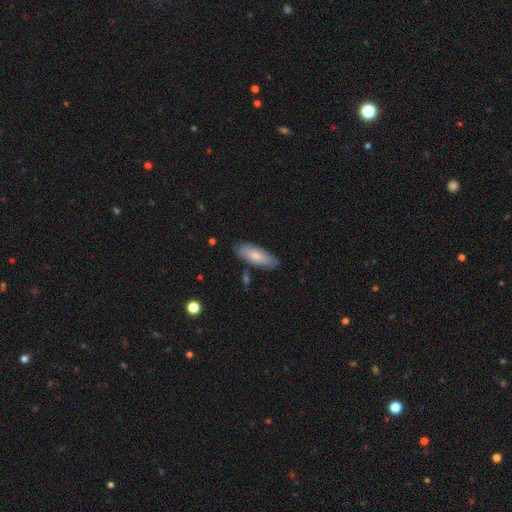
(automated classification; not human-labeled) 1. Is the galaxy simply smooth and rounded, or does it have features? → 77% smooth, 18% featured or disk, 5% star or artifact.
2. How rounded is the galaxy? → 71% in between, 28% cigar-shaped, 2% round.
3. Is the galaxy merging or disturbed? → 79% none, 15% minor disturbance, 3% merger, 3% major disturbance.